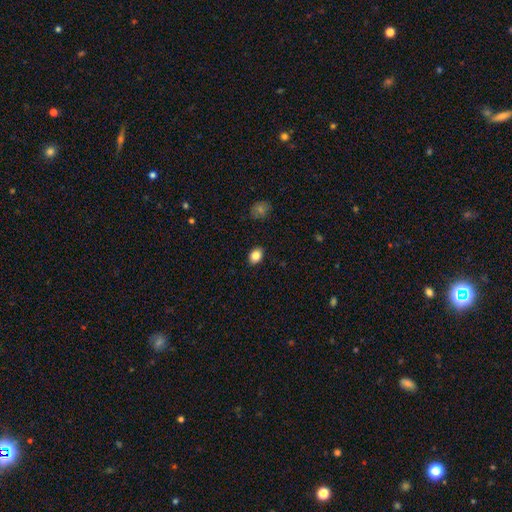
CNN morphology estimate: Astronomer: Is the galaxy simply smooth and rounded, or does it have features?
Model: smooth — 84%.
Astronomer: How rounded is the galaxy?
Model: in between — 75%.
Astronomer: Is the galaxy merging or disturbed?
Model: none — 89%.